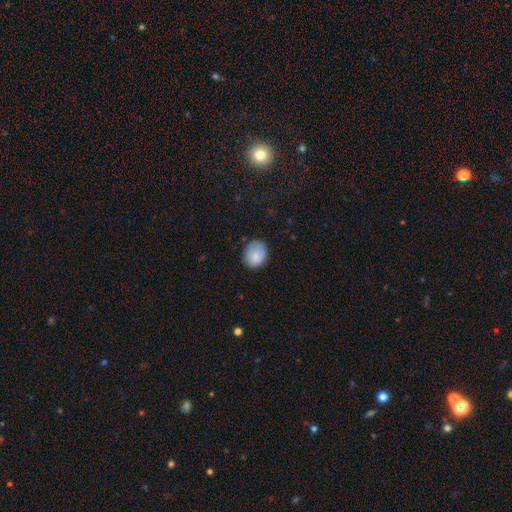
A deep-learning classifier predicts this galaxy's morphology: Smooth or featured: smooth — 84% (featured or disk — 9%)
How rounded: round — 55% (in between — 44%)
Merging: none — 74% (minor disturbance — 20%)